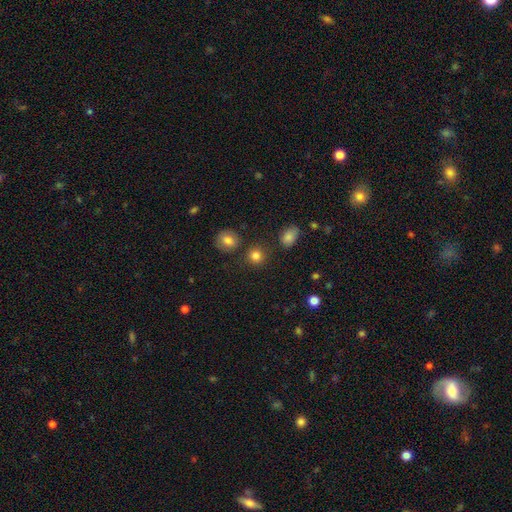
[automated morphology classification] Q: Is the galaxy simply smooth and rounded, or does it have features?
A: smooth — 83%.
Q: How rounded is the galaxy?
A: round — 88%.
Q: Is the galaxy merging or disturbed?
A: none — 83%.